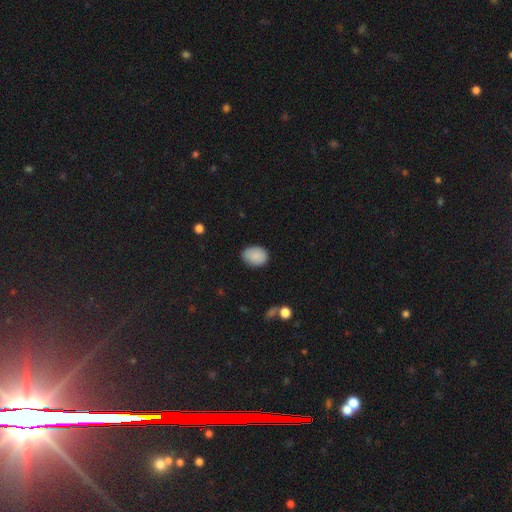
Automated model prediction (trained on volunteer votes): smooth 88%, star or artifact 7%, featured or disk 5%. Down the decision tree: how rounded — in between (71%); merging — none (80%).